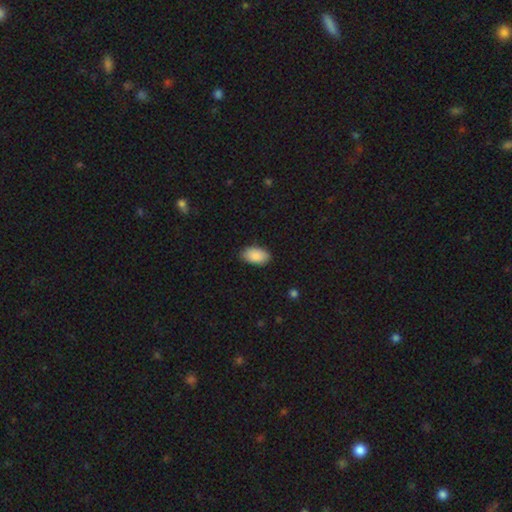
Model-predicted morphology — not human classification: Overall: smooth (89%). How rounded: in between (94%). Merging: none (86%).